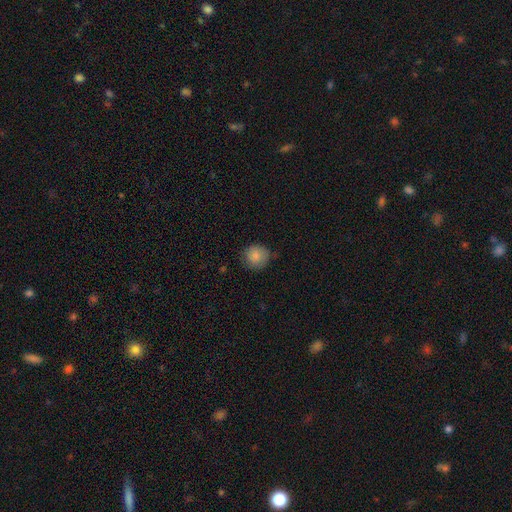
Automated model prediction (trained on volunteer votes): The model was most divided on "merging": none: 78%, minor disturbance: 17%, major disturbance: 3%, merger: 1%. More confident: how rounded — round (89%); smooth or featured — smooth (84%).